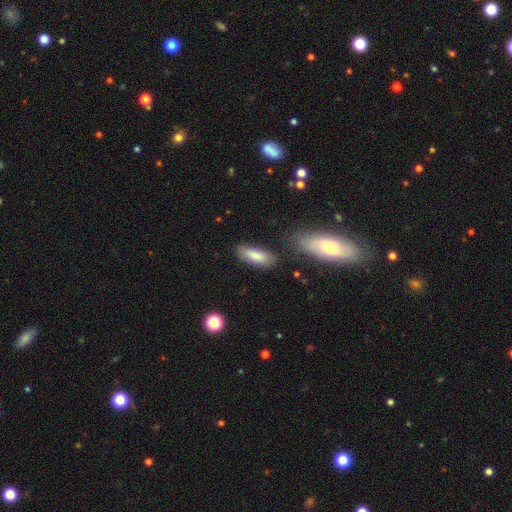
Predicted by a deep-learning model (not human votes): A smooth galaxy with no disk features (83%) that is in between round and cigar-shaped (72%).

Vote fractions:
- Smooth or featured? smooth: 83% / featured or disk: 11% / star or artifact: 6%
- How rounded? in between: 72% / cigar-shaped: 26% / round: 2%
- Merging? none: 77% / minor disturbance: 15% / merger: 5% / major disturbance: 4%